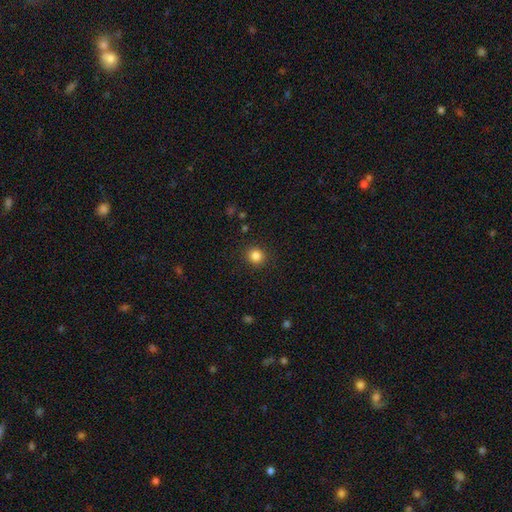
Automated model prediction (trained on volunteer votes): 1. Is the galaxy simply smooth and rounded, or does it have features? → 84% smooth, 12% star or artifact, 4% featured or disk.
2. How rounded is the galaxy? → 90% round, 9% in between, 1% cigar-shaped.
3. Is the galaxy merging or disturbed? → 91% none, 6% minor disturbance, 2% major disturbance, 1% merger.